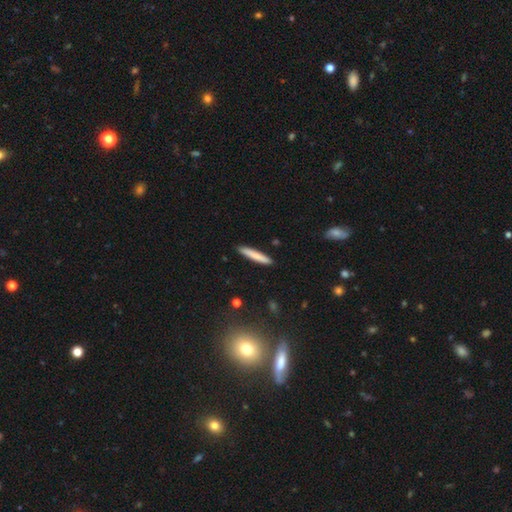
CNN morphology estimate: A smooth galaxy with no disk features (79%) that is cigar-shaped (94%).

Vote fractions:
- Smooth or featured? smooth: 79% / featured or disk: 15% / star or artifact: 6%
- How rounded? cigar-shaped: 94% / in between: 5% / round: 1%
- Merging? none: 90% / minor disturbance: 7% / merger: 1% / major disturbance: 1%